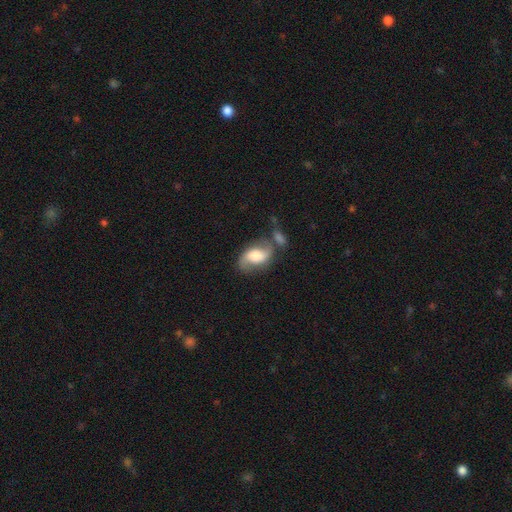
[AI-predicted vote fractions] Smooth or featured? featured or disk (62%)
Edge-on disk? no (96%)
Bar? no (48%)
Spiral arms? yes (89%)
Spiral winding? loose (55%)
Spiral arm count? 2 (89%)
Bulge size? moderate (43%)
Merging? none (48%)